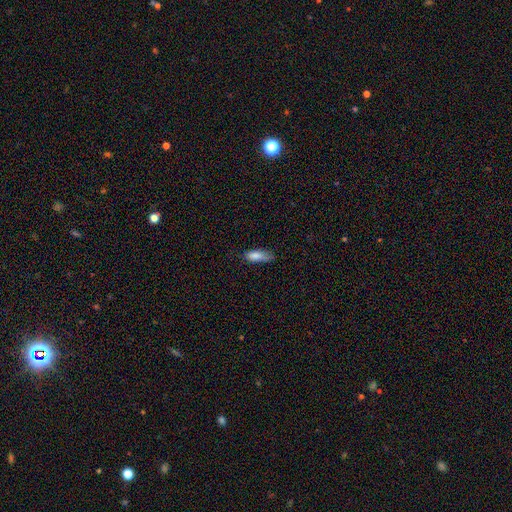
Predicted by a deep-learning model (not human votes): Q: Smooth or featured?
A: smooth (83%); runner-up: featured or disk (9%)
Q: How rounded?
A: in between (60%); runner-up: cigar-shaped (38%)
Q: Merging?
A: none (59%); runner-up: minor disturbance (32%)